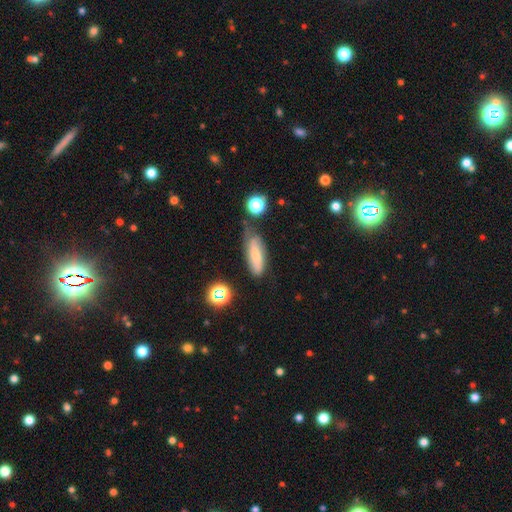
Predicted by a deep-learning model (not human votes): Smooth or featured?
  - smooth: 68% *
  - featured or disk: 22%
  - star or artifact: 10%
How rounded?
  - in between: 54% *
  - cigar-shaped: 43%
  - round: 3%
Merging?
  - none: 51% *
  - minor disturbance: 31%
  - major disturbance: 11%
  - merger: 7%